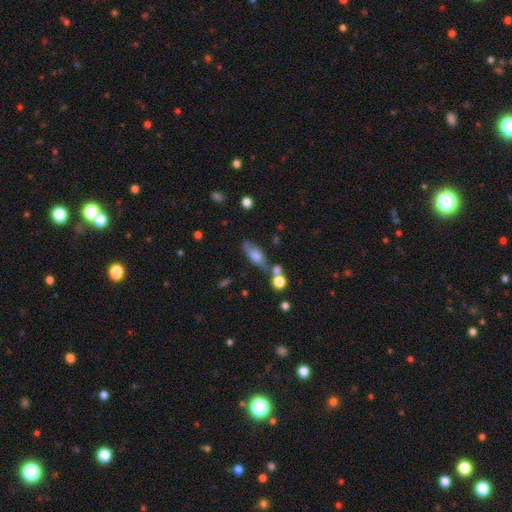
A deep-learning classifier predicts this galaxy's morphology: Smooth or featured? Predicted: smooth (p=0.58). How rounded? Predicted: in between (p=0.65). Merging? Predicted: none (p=0.58).